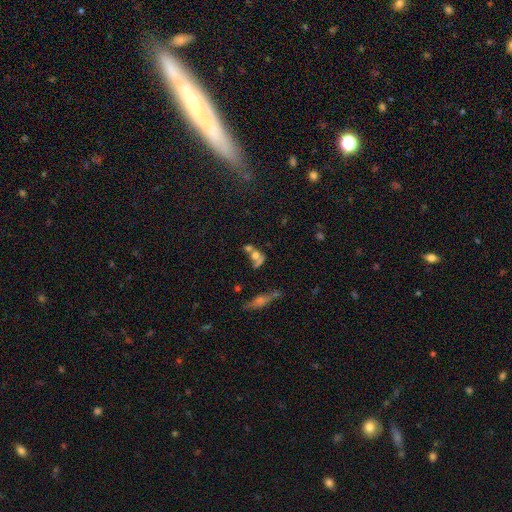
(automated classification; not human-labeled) smooth 58%, featured or disk 25%, star or artifact 17%. Down the decision tree: how rounded — in between (47%); merging — merger (54%).